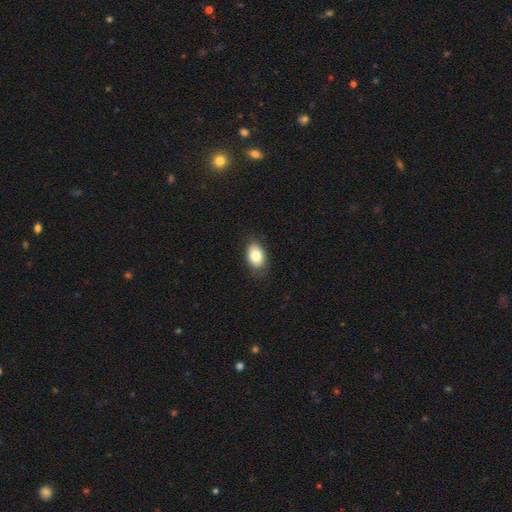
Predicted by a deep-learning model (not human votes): smooth-or-featured: smooth: 79% | featured or disk: 13% | star or artifact: 8%
  how-rounded: in between: 84% | round: 15% | cigar-shaped: 1%
  merging: none: 78% | minor disturbance: 17% | major disturbance: 4% | merger: 1%